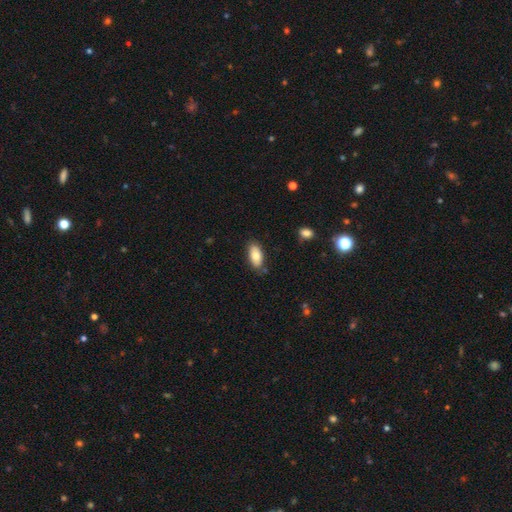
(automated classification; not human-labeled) smooth_or_featured: smooth (p=0.79) [alt: featured or disk p=0.14]
how_rounded: in between (p=0.91) [alt: cigar-shaped p=0.06]
merging: none (p=0.80) [alt: minor disturbance p=0.15]